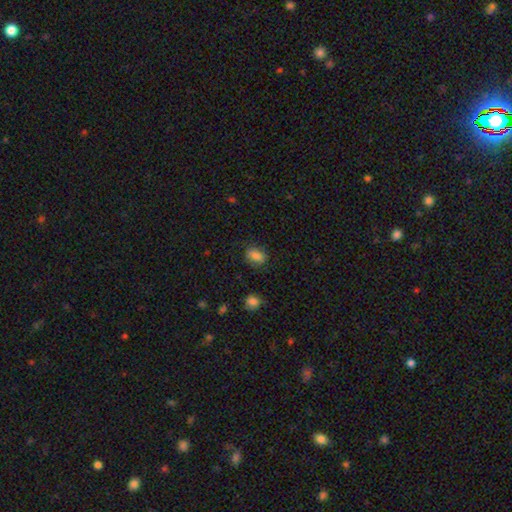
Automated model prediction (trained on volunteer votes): smooth 83%, star or artifact 10%, featured or disk 7%. Down the decision tree: how rounded — in between (78%); merging — none (77%).